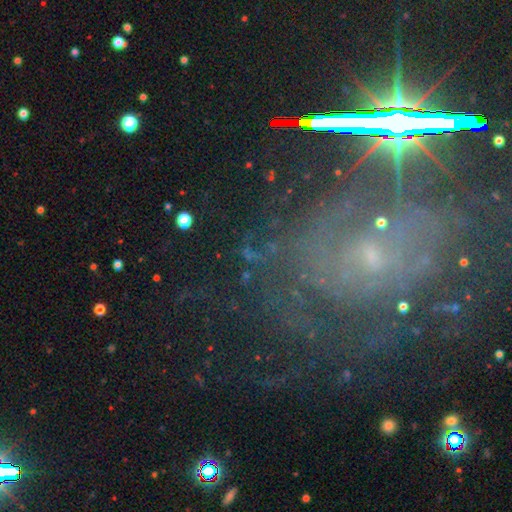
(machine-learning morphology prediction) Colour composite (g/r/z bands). It shows a featured or disk galaxy (55%) with no bar (52%), spiral arms (75%) and a small central bulge (65%). Merging: none (67%).